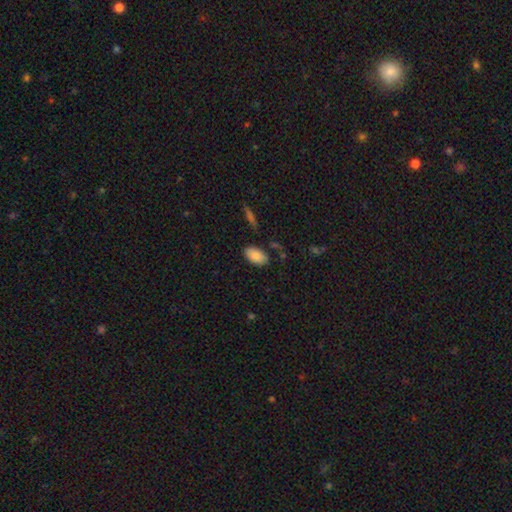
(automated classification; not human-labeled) This appears to be a smooth galaxy with no disk features (87%) that is in between round and cigar-shaped (93%). Merging: none (82%).